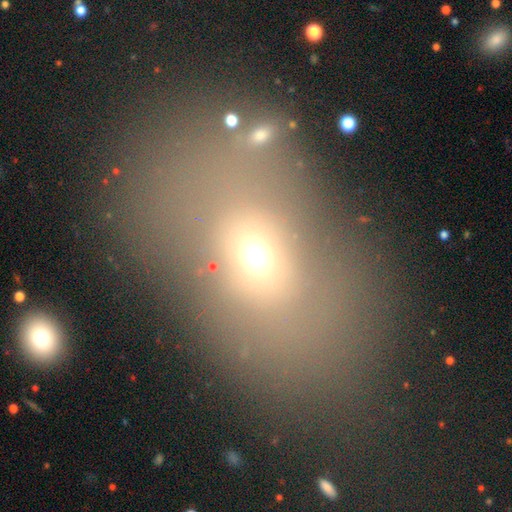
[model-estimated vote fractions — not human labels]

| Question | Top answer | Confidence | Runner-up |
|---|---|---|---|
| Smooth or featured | smooth | 59% | featured or disk (21%) |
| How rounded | in between | 78% | round (19%) |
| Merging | none | 62% | minor disturbance (16%) |